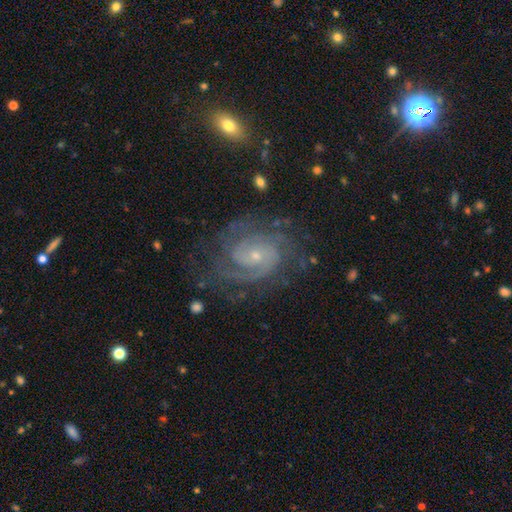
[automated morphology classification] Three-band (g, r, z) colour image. It shows a featured or disk galaxy (89%) with no bar (66%), 2 (44%) tight (64%) spiral arms (98%) and a small central bulge (75%). Merging: none (72%).